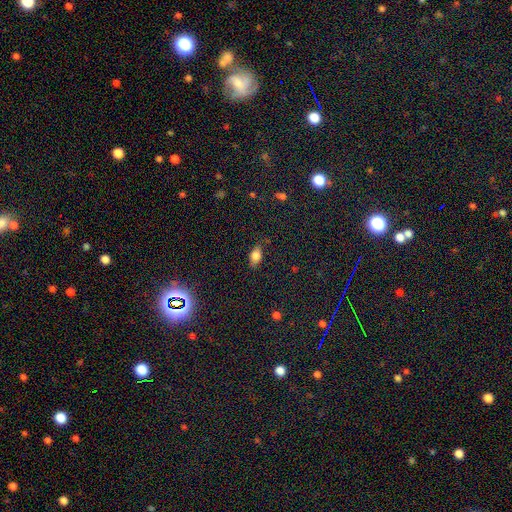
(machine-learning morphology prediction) A smooth galaxy with no disk features (76%) that is in between round and cigar-shaped (86%).

Vote fractions:
- Smooth or featured? smooth: 76% / featured or disk: 14% / star or artifact: 10%
- How rounded? in between: 86% / cigar-shaped: 7% / round: 6%
- Merging? none: 82% / minor disturbance: 13% / major disturbance: 3% / merger: 1%